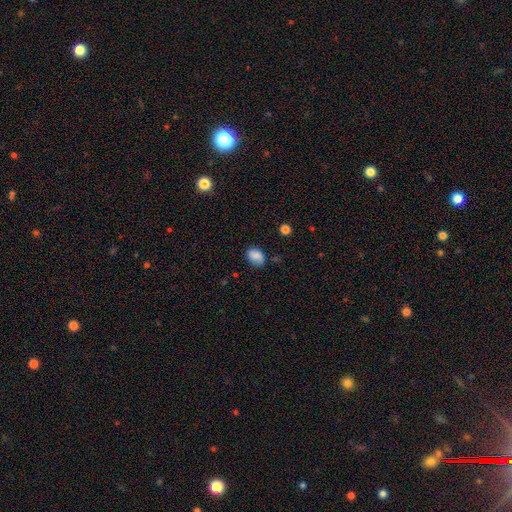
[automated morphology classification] Smooth or featured? smooth (84%)
How rounded? in between (71%)
Merging? none (69%)